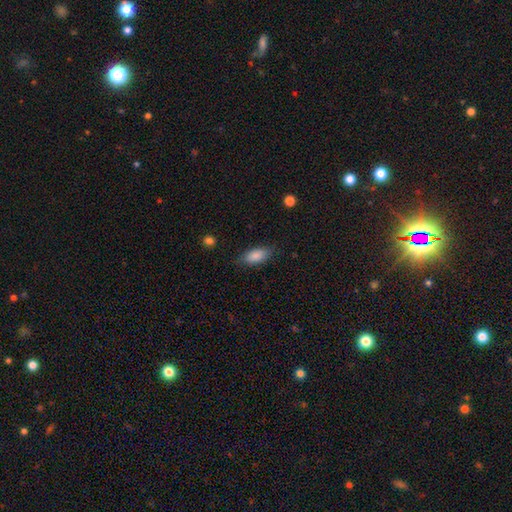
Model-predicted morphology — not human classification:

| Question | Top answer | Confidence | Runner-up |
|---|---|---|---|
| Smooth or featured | smooth | 86% | featured or disk (7%) |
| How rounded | in between | 87% | cigar-shaped (11%) |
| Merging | none | 79% | minor disturbance (16%) |